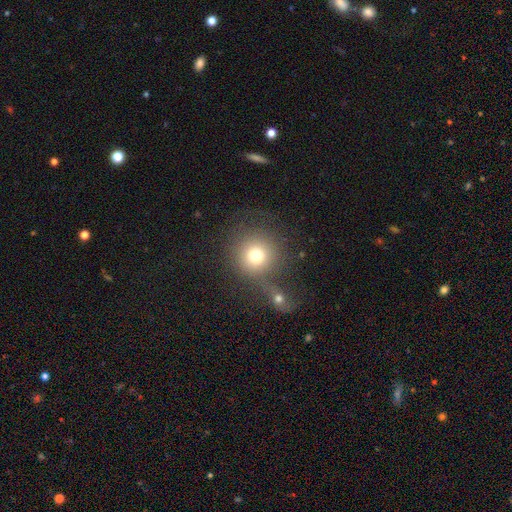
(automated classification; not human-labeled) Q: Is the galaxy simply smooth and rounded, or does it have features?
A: smooth — 74%.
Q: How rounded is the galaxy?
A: round — 92%.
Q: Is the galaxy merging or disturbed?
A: none — 51%.